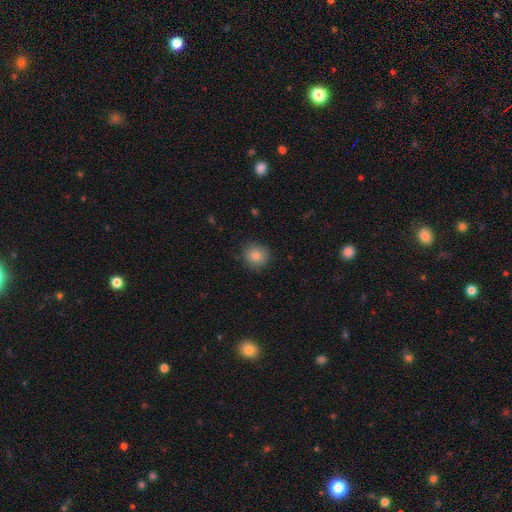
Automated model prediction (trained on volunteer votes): A smooth galaxy with no disk features (84%) that is round (88%). Merging: none (83%).